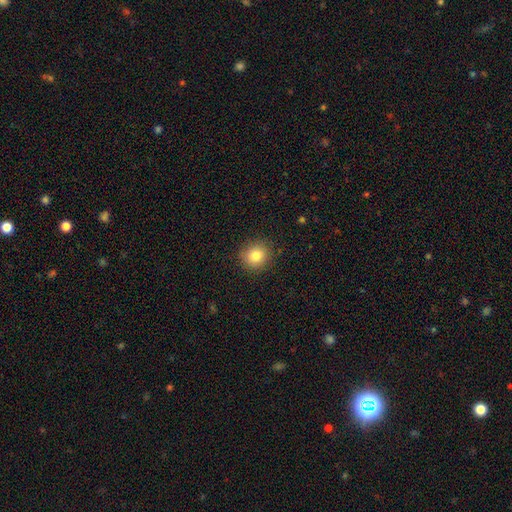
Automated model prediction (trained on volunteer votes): Overall: smooth (82%). How rounded: round (85%). Merging: none (89%).